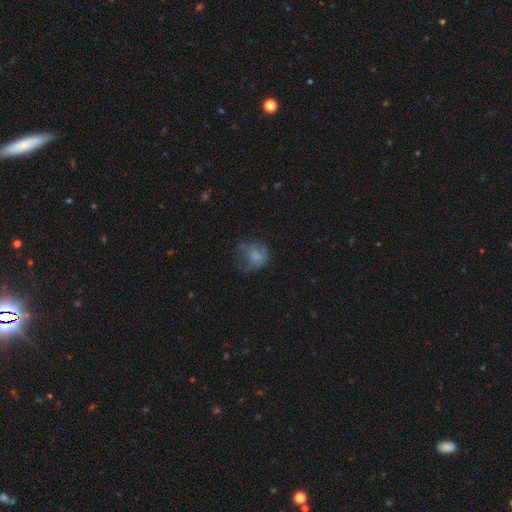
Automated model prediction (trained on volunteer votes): Smooth or featured: smooth — 59% (featured or disk — 27%)
How rounded: round — 60% (in between — 39%)
Merging: none — 39% (major disturbance — 33%)